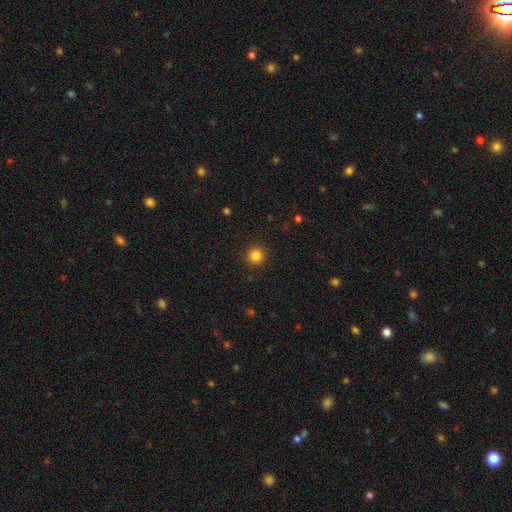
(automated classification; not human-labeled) Morphology: type=smooth (84%); roundness=round (95%); merging=none (92%).